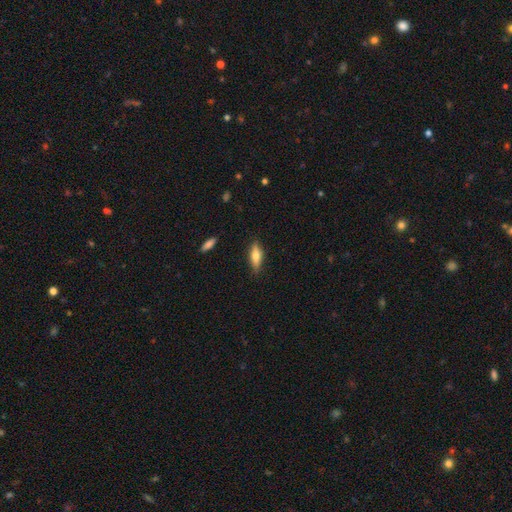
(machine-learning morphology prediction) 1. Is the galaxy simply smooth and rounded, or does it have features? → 64% smooth, 30% featured or disk, 7% star or artifact.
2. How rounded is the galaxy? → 52% in between, 46% cigar-shaped, 2% round.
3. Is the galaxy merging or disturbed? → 84% none, 12% minor disturbance, 2% major disturbance, 1% merger.